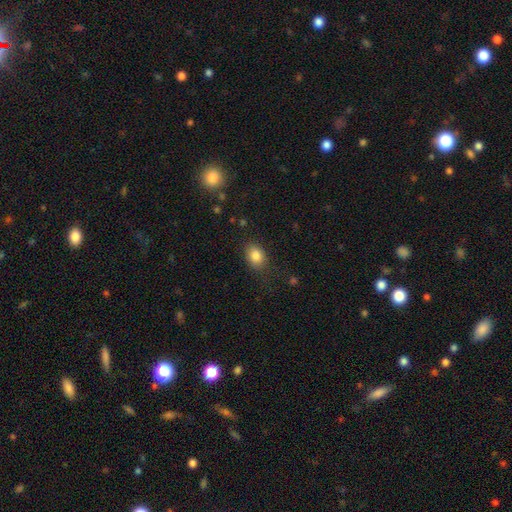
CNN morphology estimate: Smooth or featured? smooth (84%)
How rounded? in between (67%)
Merging? none (80%)